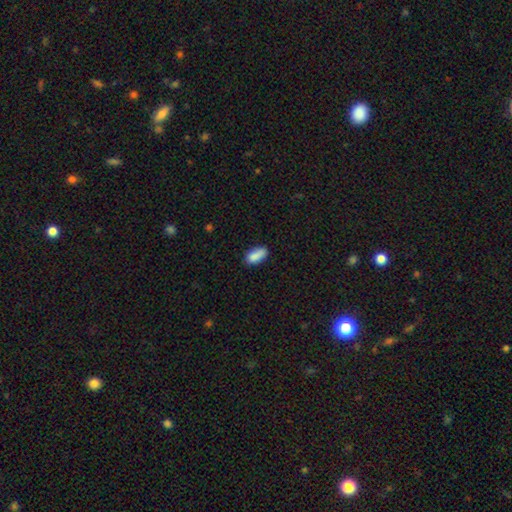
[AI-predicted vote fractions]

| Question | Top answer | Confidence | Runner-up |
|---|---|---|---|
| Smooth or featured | smooth | 87% | star or artifact (8%) |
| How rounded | in between | 87% | cigar-shaped (10%) |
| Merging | none | 68% | minor disturbance (24%) |